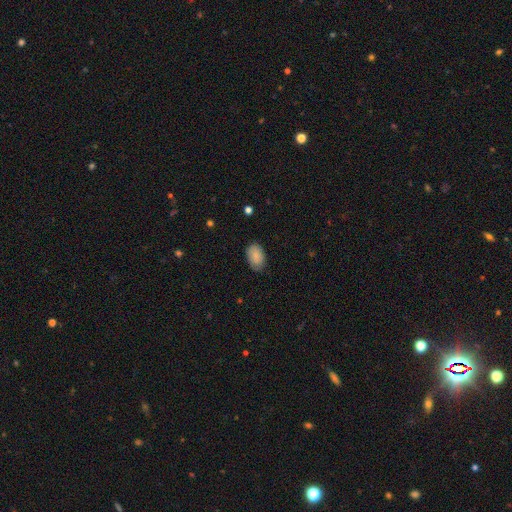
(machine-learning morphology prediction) A smooth galaxy with no disk features (86%) that is in between round and cigar-shaped (92%). Merging: none (80%).